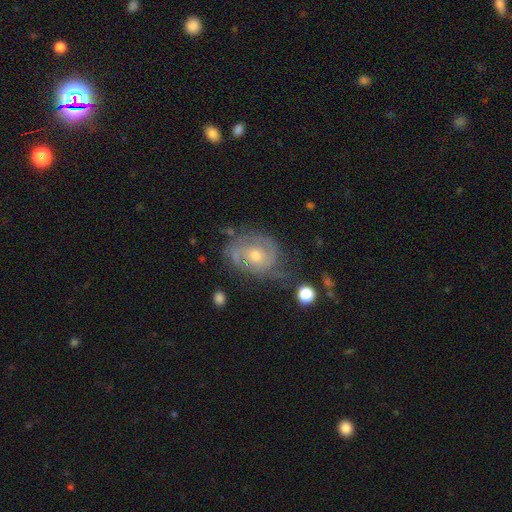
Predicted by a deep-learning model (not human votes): Smooth or featured?
  - featured or disk: 76% *
  - smooth: 16%
  - star or artifact: 7%
Edge-on disk?
  - no: 97% *
  - yes: 3%
Bar?
  - no: 75% *
  - weak: 22%
  - strong: 4%
Spiral arms?
  - yes: 87% *
  - no: 13%
Spiral winding?
  - tight: 55% *
  - medium: 33%
  - loose: 12%
Spiral arm count?
  - 2: 47% *
  - can't tell: 30%
  - 3: 10%
  - 1: 6%
  - 4: 3%
  - more than 4: 3%
Bulge size?
  - moderate: 64% *
  - small: 30%
  - large: 3%
  - none: 1%
  - dominant: 1%
Merging?
  - none: 55% *
  - minor disturbance: 27%
  - major disturbance: 14%
  - merger: 4%